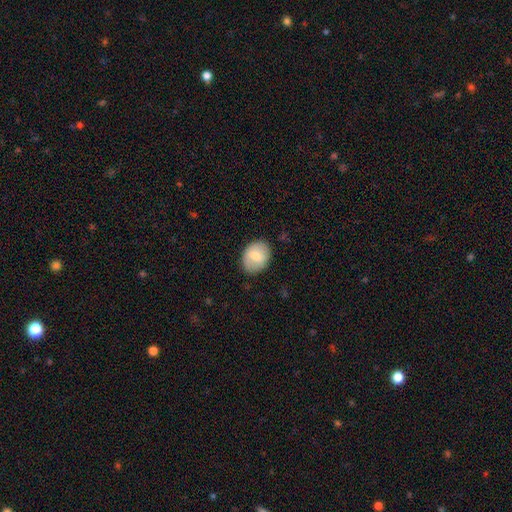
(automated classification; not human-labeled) Morphology: type=smooth (73%); roundness=in between (56%); merging=none (82%).